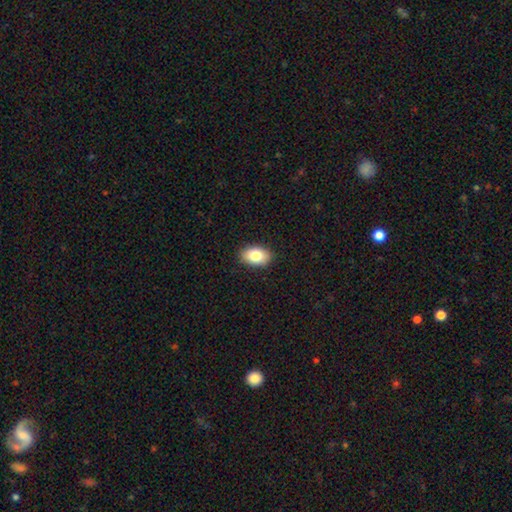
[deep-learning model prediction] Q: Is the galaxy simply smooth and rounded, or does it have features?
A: smooth — 82%.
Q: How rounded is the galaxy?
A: in between — 89%.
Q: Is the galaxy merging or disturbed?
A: none — 89%.